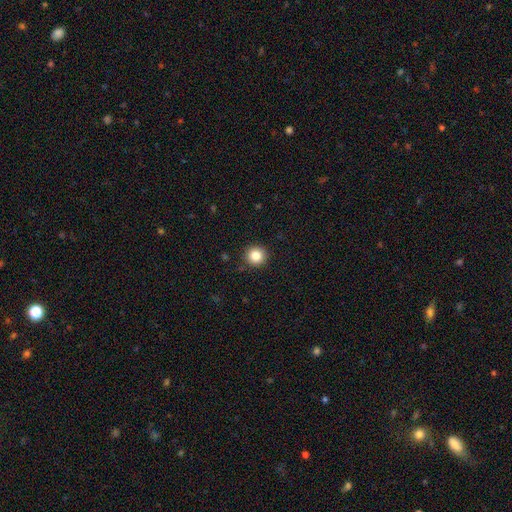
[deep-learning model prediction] Smooth or featured?
  - smooth: 84% *
  - star or artifact: 11%
  - featured or disk: 6%
How rounded?
  - round: 95% *
  - in between: 5%
  - cigar-shaped: 1%
Merging?
  - none: 92% *
  - minor disturbance: 5%
  - major disturbance: 2%
  - merger: 1%